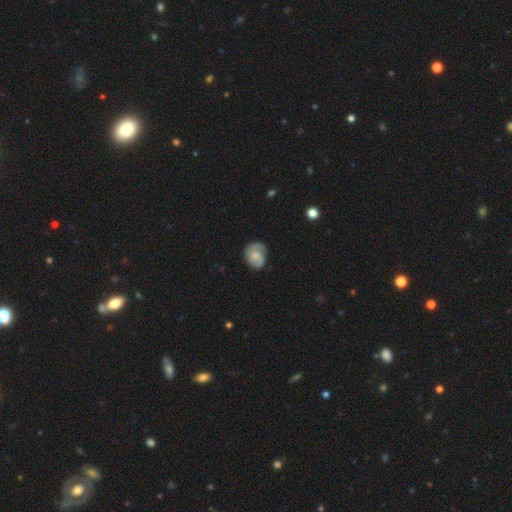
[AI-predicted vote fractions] This is likely a featured or disk galaxy (64%). It is clearly not viewed edge-on (98%). Bar: likely no (69%). Spiral arm pattern: clearly yes (91%). Spiral arm count: possibly 2 (56%). Spiral winding: possibly tight (46%). Central bulge: marginally small (43%). Merging: likely none (66%).